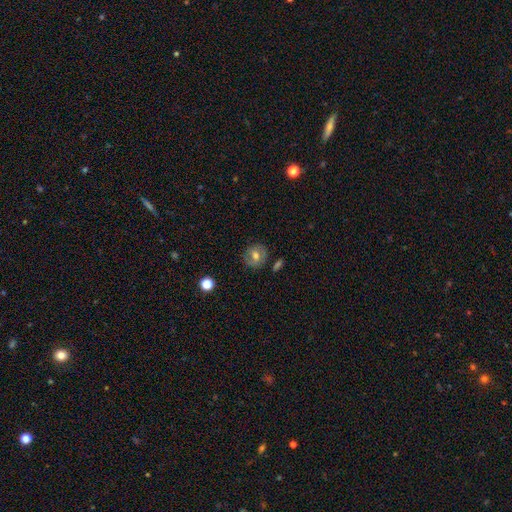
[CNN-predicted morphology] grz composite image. It shows a smooth galaxy with no disk features (55%) that is round (80%). Merging: none (81%).